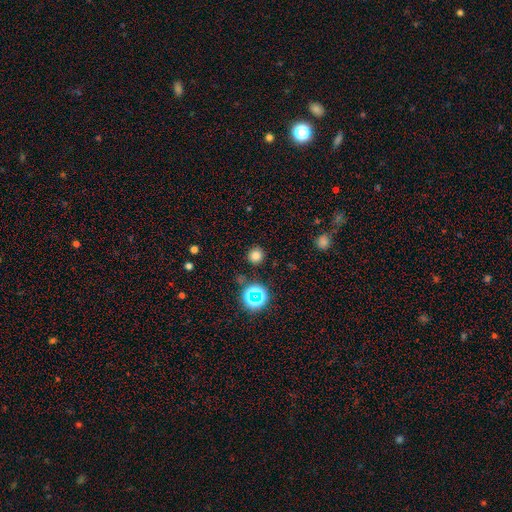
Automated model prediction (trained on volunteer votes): Smooth or featured? Predicted: smooth (p=0.74). How rounded? Predicted: round (p=0.93). Merging? Predicted: none (p=0.88).